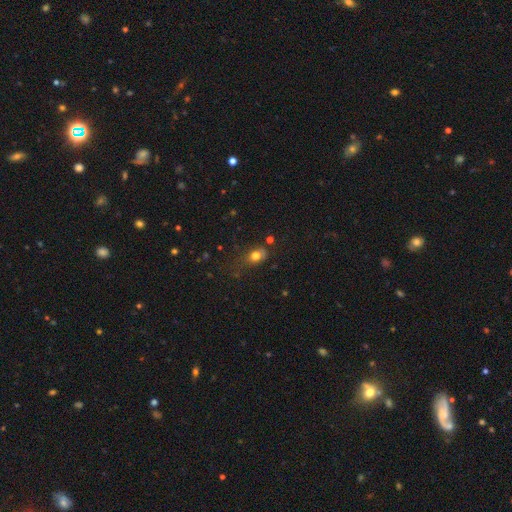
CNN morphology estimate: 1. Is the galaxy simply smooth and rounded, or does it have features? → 74% smooth, 13% star or artifact, 12% featured or disk.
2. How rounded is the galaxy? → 49% in between (tied), 49% round (tied), 2% cigar-shaped.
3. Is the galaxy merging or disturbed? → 45% none, 29% minor disturbance, 20% major disturbance, 6% merger.